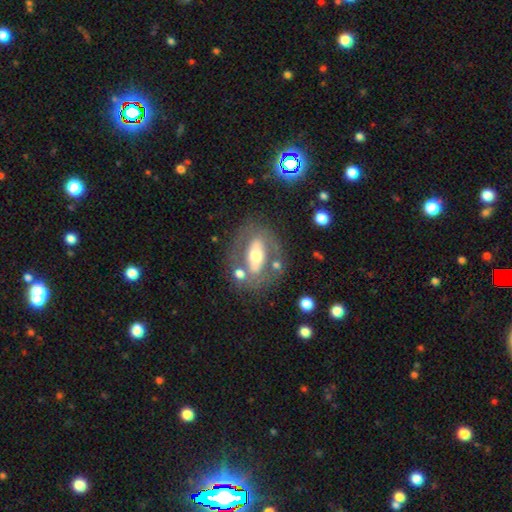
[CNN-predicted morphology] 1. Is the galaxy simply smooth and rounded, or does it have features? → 64% featured or disk, 29% smooth, 7% star or artifact.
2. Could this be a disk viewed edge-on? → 86% no, 14% yes.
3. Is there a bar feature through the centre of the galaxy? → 42% strong, 37% no, 21% weak.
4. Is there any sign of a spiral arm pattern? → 71% no, 29% yes.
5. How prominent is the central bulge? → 63% moderate, 17% small, 16% large, 2% dominant, 1% none.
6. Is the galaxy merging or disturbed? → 65% none, 15% minor disturbance, 10% major disturbance, 9% merger.